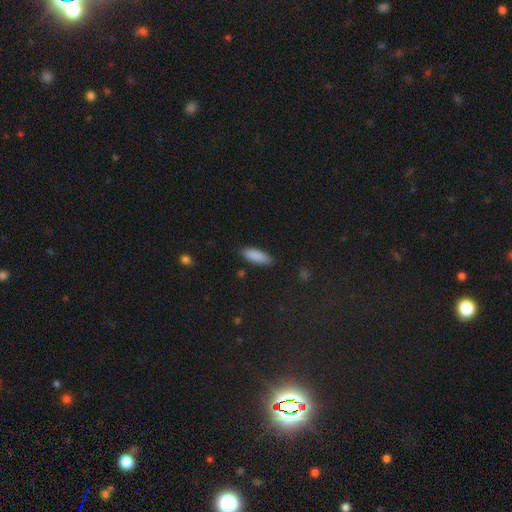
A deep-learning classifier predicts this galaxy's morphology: Q: Smooth or featured?
A: smooth (89%); runner-up: star or artifact (6%)
Q: How rounded?
A: in between (61%); runner-up: cigar-shaped (37%)
Q: Merging?
A: none (86%); runner-up: minor disturbance (11%)